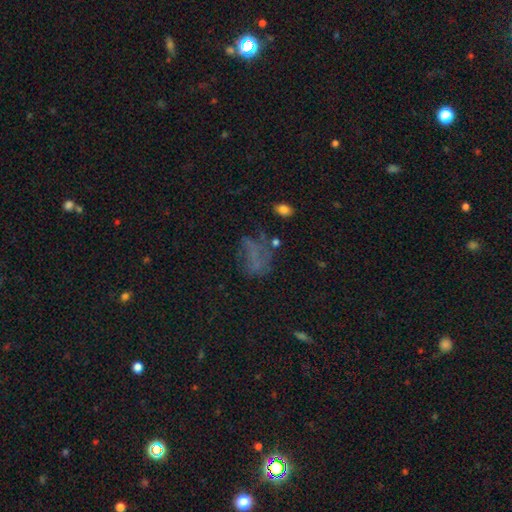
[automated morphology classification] This appears to be a smooth galaxy with no disk features (38%). Merging: none (41%).